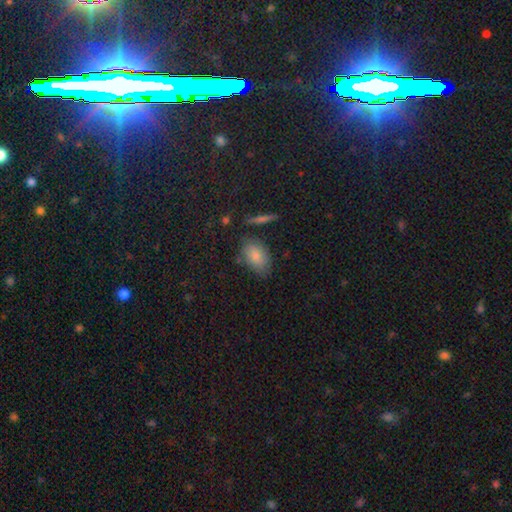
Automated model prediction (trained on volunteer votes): Smooth or featured? smooth (79%)
How rounded? in between (87%)
Merging? none (72%)